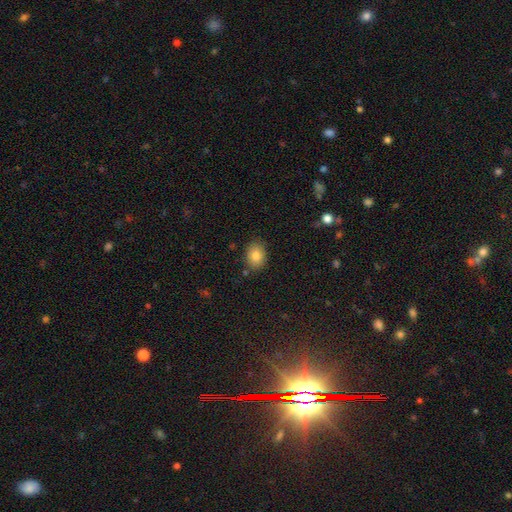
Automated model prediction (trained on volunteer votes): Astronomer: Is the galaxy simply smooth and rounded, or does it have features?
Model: smooth — 83%.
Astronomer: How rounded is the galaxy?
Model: in between — 57% (runner-up: round, 42%).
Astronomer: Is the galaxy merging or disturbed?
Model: none — 83%.